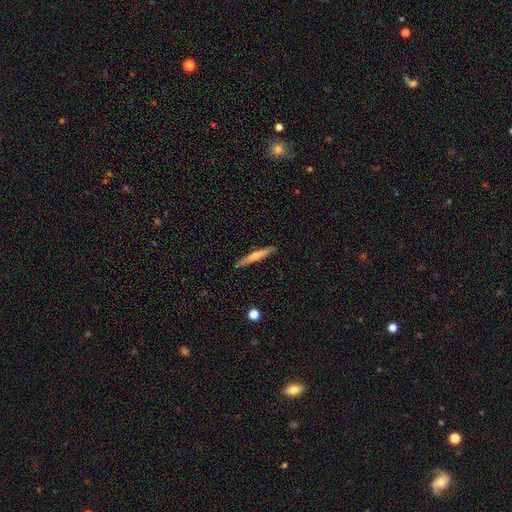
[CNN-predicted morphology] Overall: featured or disk (55%; smooth 38%). Edge-on disk: yes (96%). Edge-on bulge: rounded (69%). Merging: none (91%).